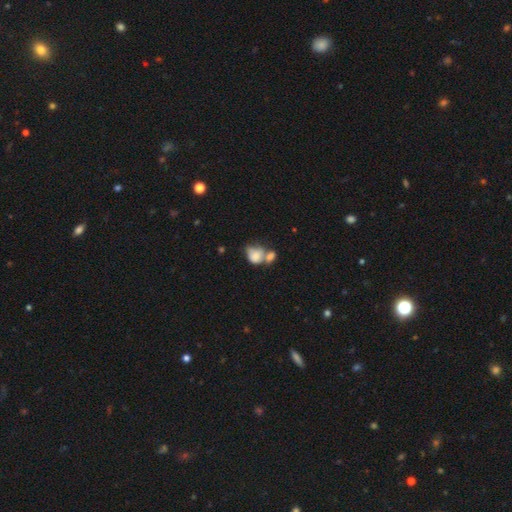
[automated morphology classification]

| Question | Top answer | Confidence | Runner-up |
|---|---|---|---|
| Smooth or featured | smooth | 74% | featured or disk (18%) |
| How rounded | in between | 63% | round (36%) |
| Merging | merger | 62% | none (18%) |